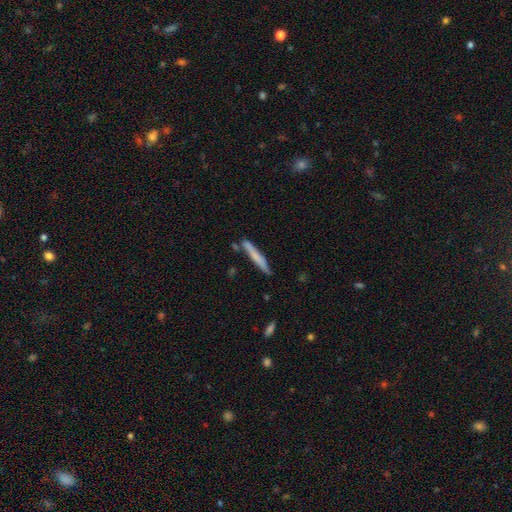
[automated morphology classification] type=smooth (66%); roundness=cigar-shaped (96%); merging=none (80%).